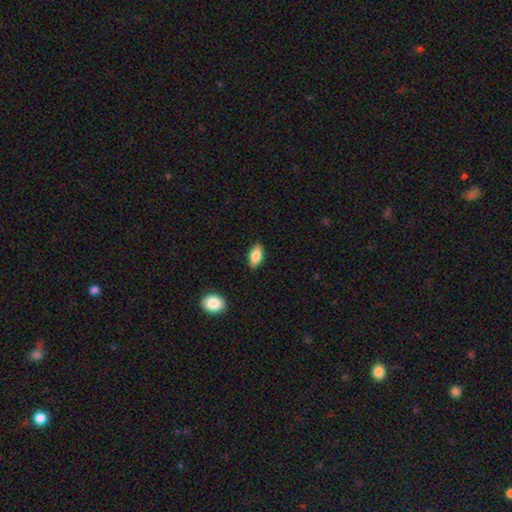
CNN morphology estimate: type=smooth (79%); roundness=in between (86%); merging=none (86%).